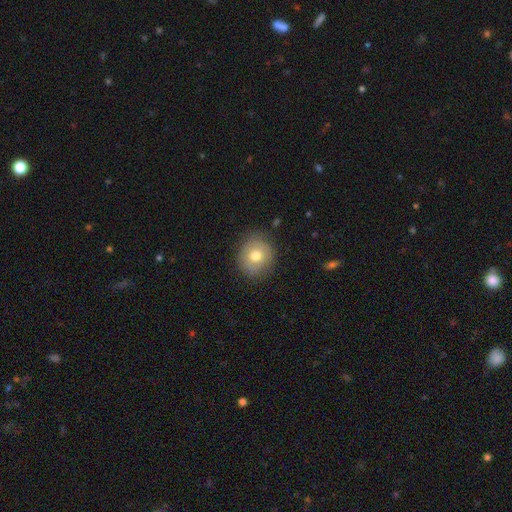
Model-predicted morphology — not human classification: smooth-or-featured: smooth: 72% | featured or disk: 19% | star or artifact: 9%
  how-rounded: round: 84% | in between: 15% | cigar-shaped: 1%
  merging: none: 82% | minor disturbance: 13% | major disturbance: 4% | merger: 1%